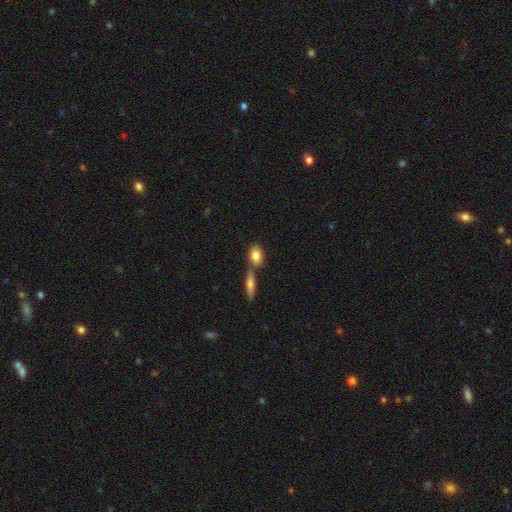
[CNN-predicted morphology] A smooth galaxy with no disk features (80%) that is in between round and cigar-shaped (78%). Merging: none (53%).